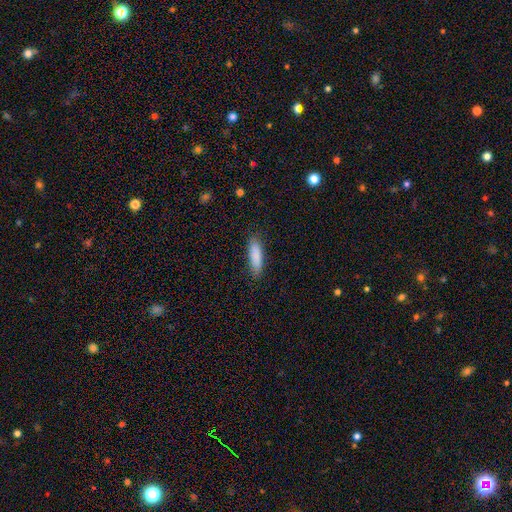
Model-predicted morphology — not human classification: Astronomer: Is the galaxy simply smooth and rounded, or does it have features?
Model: smooth — 87%.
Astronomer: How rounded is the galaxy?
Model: cigar-shaped — 59% (runner-up: in between, 39%).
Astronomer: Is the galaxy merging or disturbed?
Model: none — 86%.